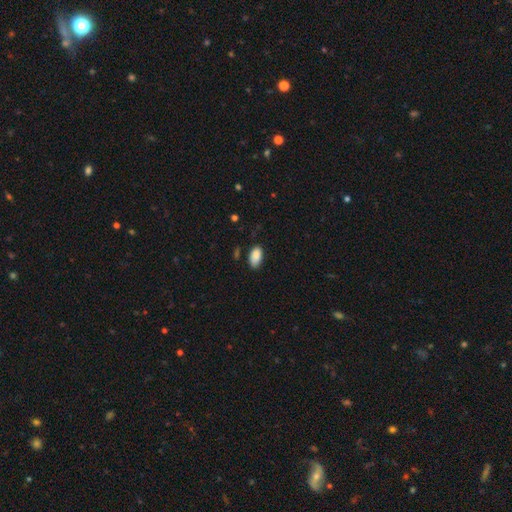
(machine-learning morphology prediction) Smooth or featured?
  - smooth: 89% *
  - star or artifact: 7%
  - featured or disk: 4%
How rounded?
  - in between: 95% *
  - round: 3%
  - cigar-shaped: 2%
Merging?
  - none: 78% *
  - minor disturbance: 17%
  - major disturbance: 3%
  - merger: 2%